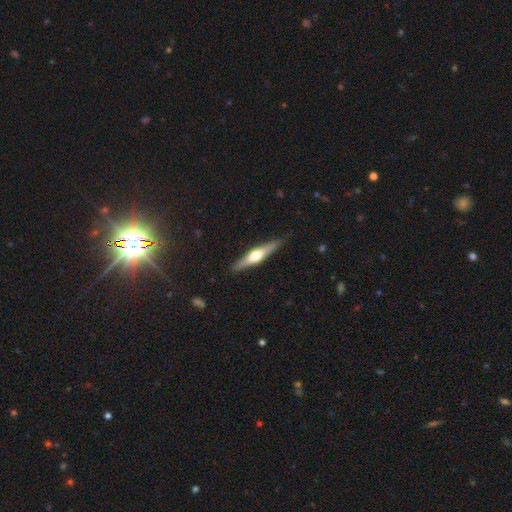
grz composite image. It shows a featured or disk galaxy (50%) viewed edge-on (100%) with a rounded central bulge (95%). Merging: none (83%).